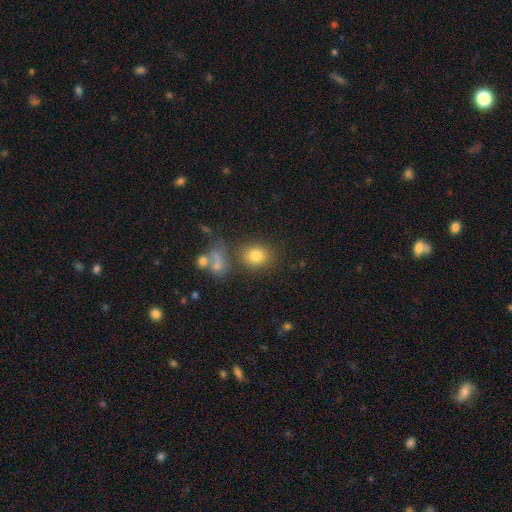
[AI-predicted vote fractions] Q: Smooth or featured?
A: smooth (79%); runner-up: star or artifact (12%)
Q: How rounded?
A: round (66%); runner-up: in between (33%)
Q: Merging?
A: none (71%); runner-up: merger (12%)